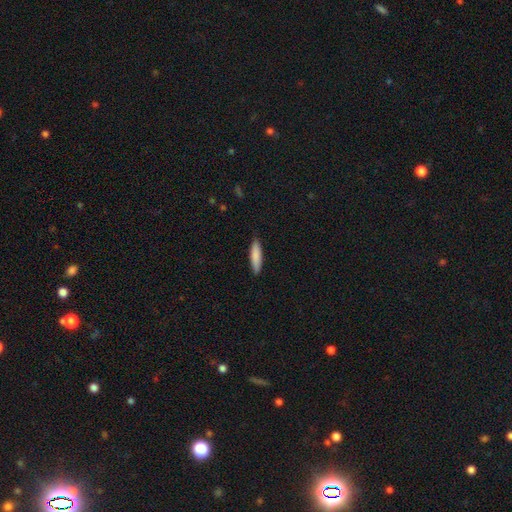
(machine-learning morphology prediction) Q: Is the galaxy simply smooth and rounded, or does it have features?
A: smooth — 85%.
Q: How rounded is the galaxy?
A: cigar-shaped — 76%.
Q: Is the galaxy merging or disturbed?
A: none — 88%.